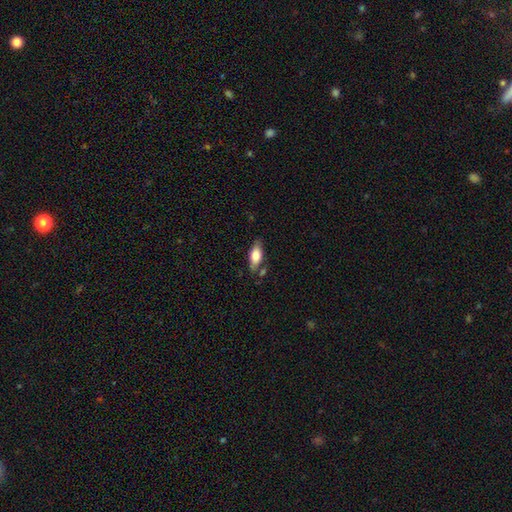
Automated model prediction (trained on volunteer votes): This is likely a smooth galaxy (71%). How rounded: clearly in between (82%). Merging: likely none (69%).